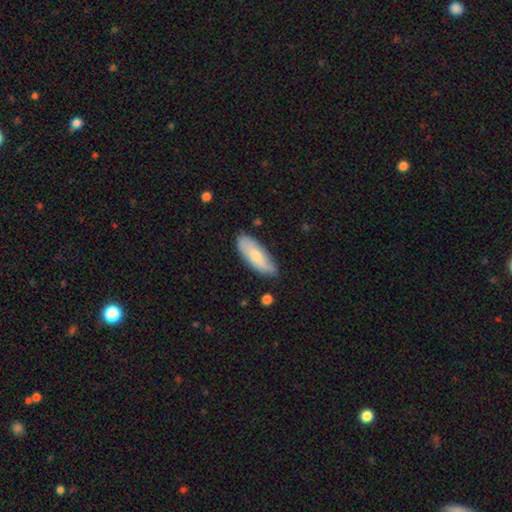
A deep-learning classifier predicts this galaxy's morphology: Smooth or featured? Predicted: smooth (p=0.70). How rounded? Predicted: in between (p=0.72). Merging? Predicted: none (p=0.79).